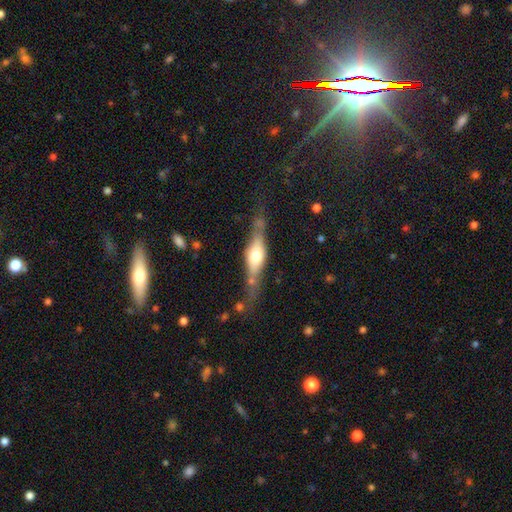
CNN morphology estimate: Q: Smooth or featured?
A: featured or disk (58%); runner-up: smooth (36%)
Q: Edge-on disk?
A: yes (87%); runner-up: no (13%)
Q: Edge-on bulge?
A: rounded (89%); runner-up: boxy (8%)
Q: Merging?
A: none (61%); runner-up: minor disturbance (22%)